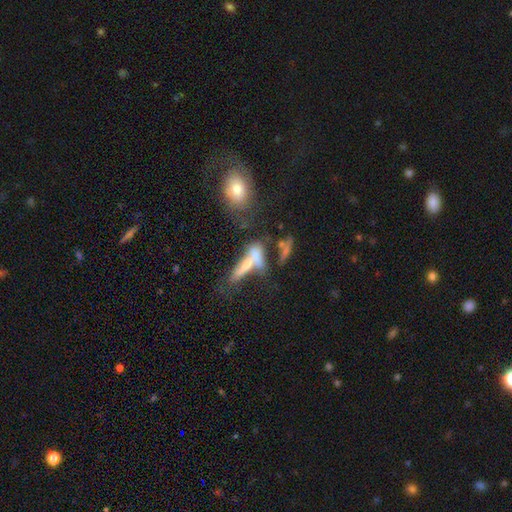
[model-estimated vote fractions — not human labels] Smooth or featured? smooth (52%)
How rounded? cigar-shaped (51%)
Merging? merger (53%)